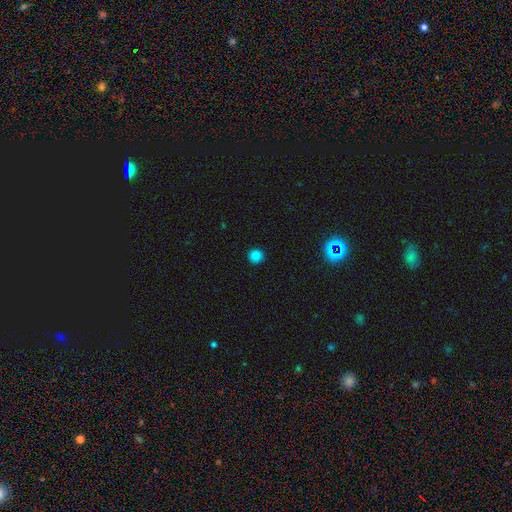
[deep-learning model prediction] A smooth galaxy with no disk features (84%) that is round (95%). Merging: none (93%).